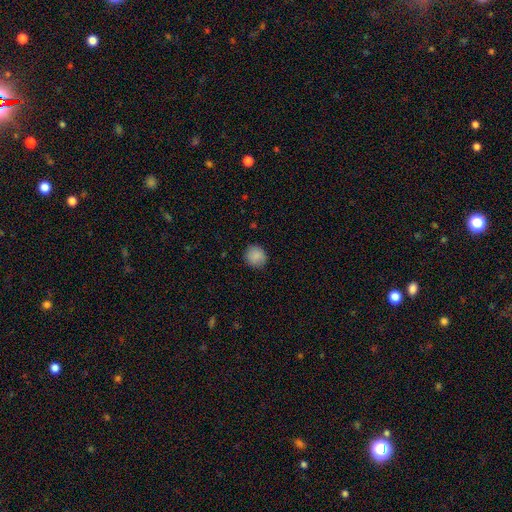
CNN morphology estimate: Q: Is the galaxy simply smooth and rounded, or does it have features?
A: smooth — 88%.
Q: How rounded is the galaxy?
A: round — 89%.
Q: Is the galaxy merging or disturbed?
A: none — 89%.